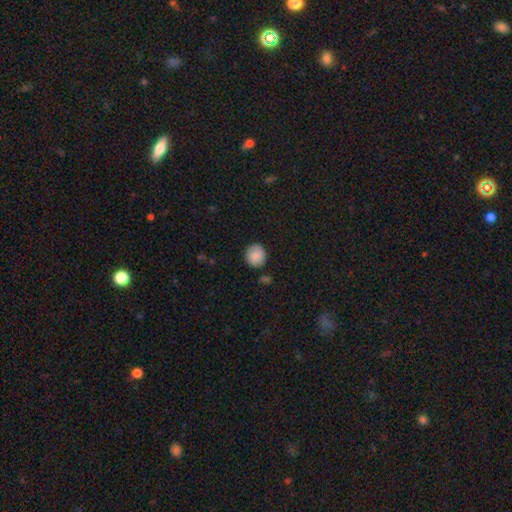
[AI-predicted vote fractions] Smooth or featured? Predicted: smooth (p=0.85). How rounded? Predicted: round (p=0.85). Merging? Predicted: none (p=0.82).